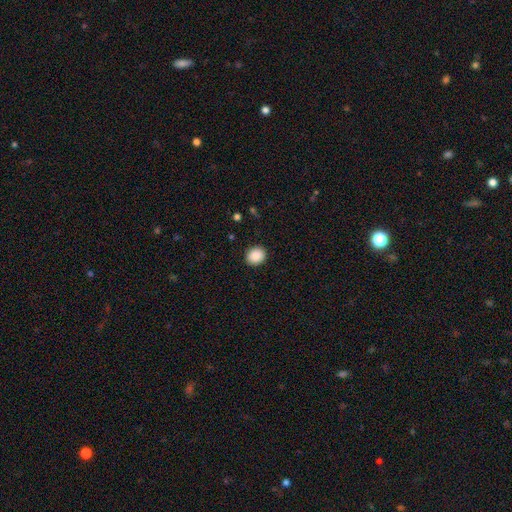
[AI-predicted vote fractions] Q: Smooth or featured?
A: smooth (89%); runner-up: star or artifact (8%)
Q: How rounded?
A: round (66%); runner-up: in between (34%)
Q: Merging?
A: none (91%); runner-up: minor disturbance (6%)